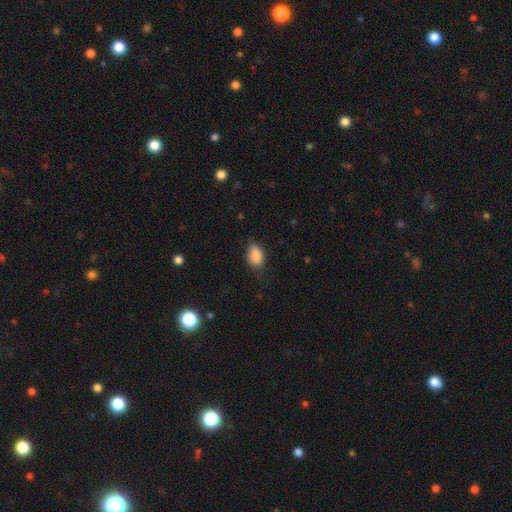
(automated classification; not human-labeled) A smooth galaxy with no disk features (88%) that is in between round and cigar-shaped (87%). Merging: none (76%).